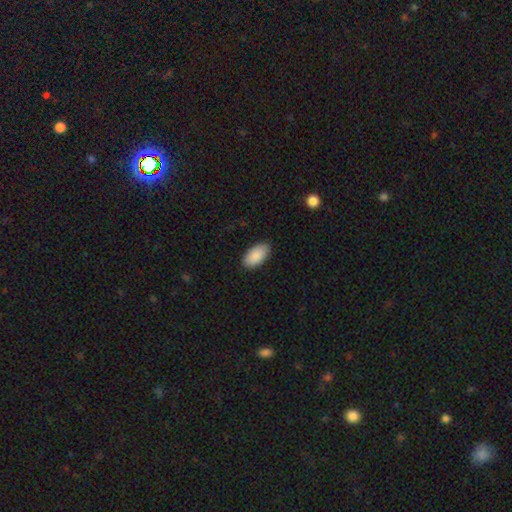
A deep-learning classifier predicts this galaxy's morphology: The model was most divided on "merging": none: 86%, minor disturbance: 11%, major disturbance: 2%, merger: 1%. More confident: how rounded — in between (95%); smooth or featured — smooth (89%).